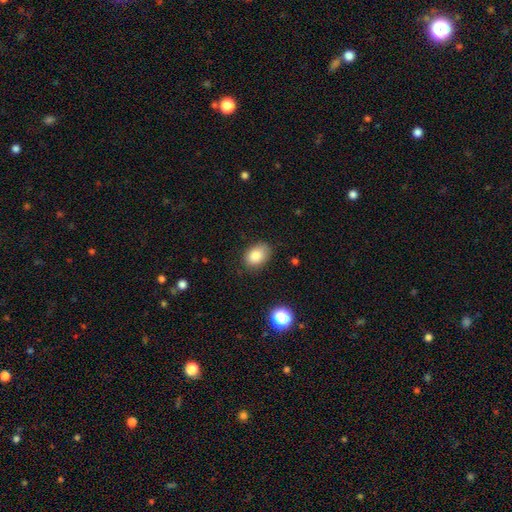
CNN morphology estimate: smooth_or_featured: smooth (p=0.84) [alt: star or artifact p=0.09]
how_rounded: in between (p=0.77) [alt: round p=0.22]
merging: none (p=0.80) [alt: minor disturbance p=0.16]